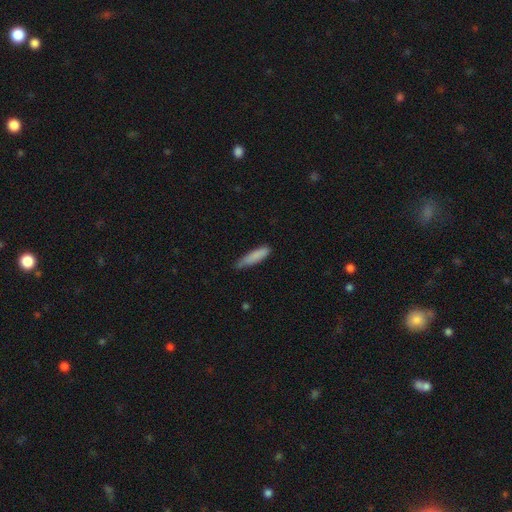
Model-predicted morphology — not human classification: smooth 85%, featured or disk 9%, star or artifact 6%. Down the decision tree: how rounded — cigar-shaped (76%); merging — none (59%).